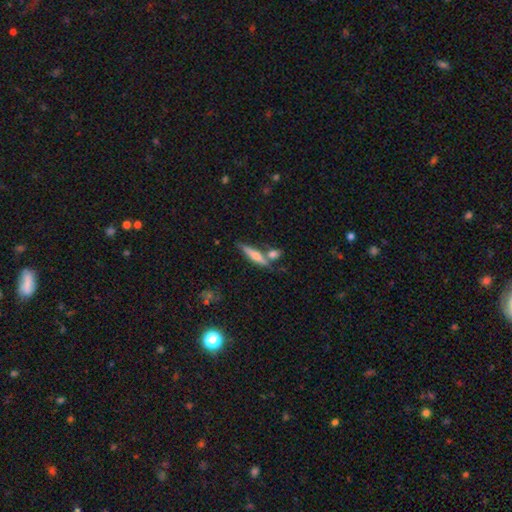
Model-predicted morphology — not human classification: smooth-or-featured: smooth: 58% | featured or disk: 35% | star or artifact: 7%
  how-rounded: cigar-shaped: 80% | in between: 18% | round: 2%
  merging: none: 60% | merger: 23% | minor disturbance: 13% | major disturbance: 4%